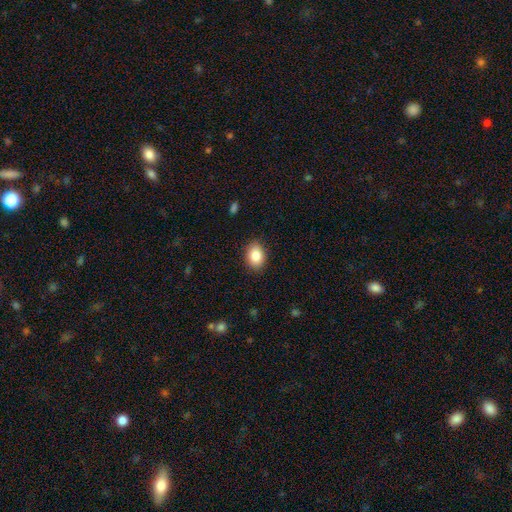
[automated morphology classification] Smooth or featured? Predicted: smooth (p=0.87). How rounded? Predicted: in between (p=0.77). Merging? Predicted: none (p=0.87).